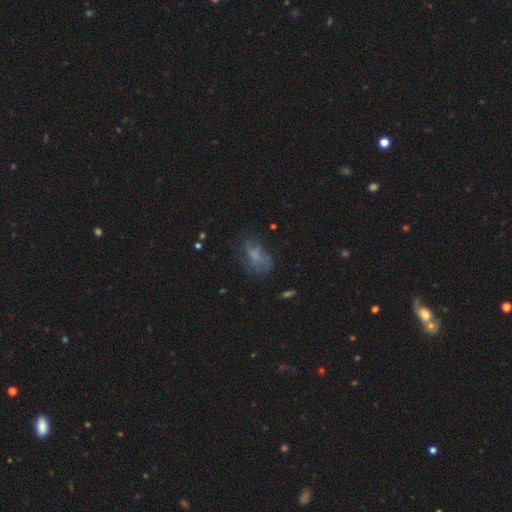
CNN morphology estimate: smooth-or-featured: smooth: 58% | featured or disk: 28% | star or artifact: 14%
  how-rounded: in between: 85% | round: 12% | cigar-shaped: 4%
  merging: none: 50% | minor disturbance: 26% | major disturbance: 21% | merger: 3%